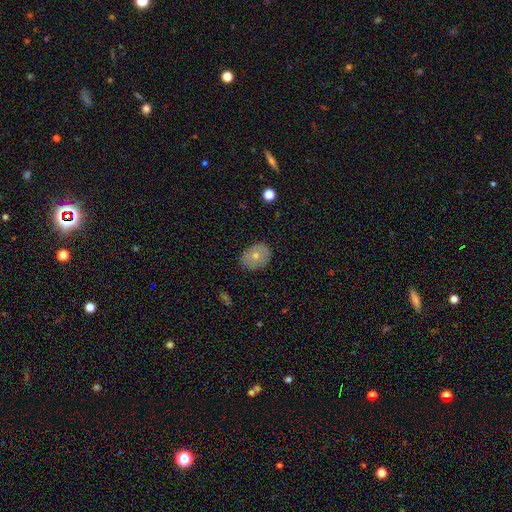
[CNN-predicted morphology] A smooth galaxy with no disk features (67%) that is round (50%).

Vote fractions:
- Smooth or featured? smooth: 67% / featured or disk: 25% / star or artifact: 8%
- How rounded? round: 50% / in between: 49% / cigar-shaped: 1%
- Merging? none: 84% / minor disturbance: 12% / major disturbance: 3% / merger: 1%